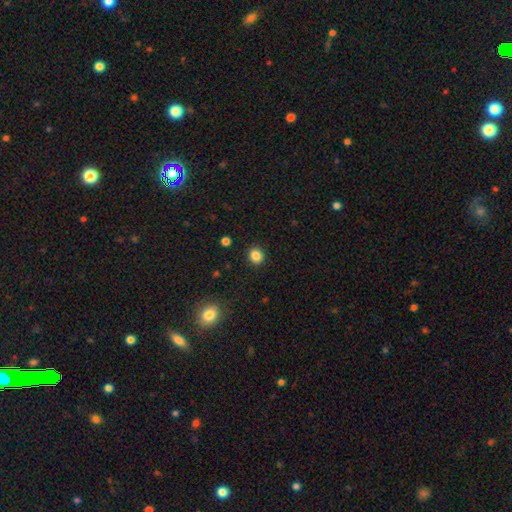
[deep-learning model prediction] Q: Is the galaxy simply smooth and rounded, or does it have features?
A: smooth — 85%.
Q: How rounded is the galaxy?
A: round — 76%.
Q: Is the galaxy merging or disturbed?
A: none — 91%.